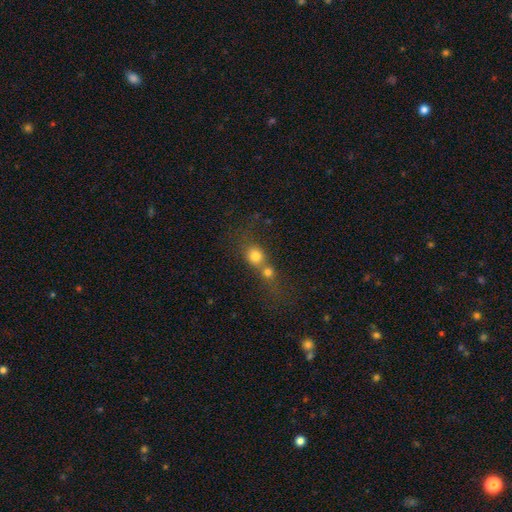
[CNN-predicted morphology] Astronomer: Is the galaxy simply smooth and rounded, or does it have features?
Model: smooth — 73%.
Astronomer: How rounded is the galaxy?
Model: round — 72%.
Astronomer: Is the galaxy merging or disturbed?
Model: merger — 63%.